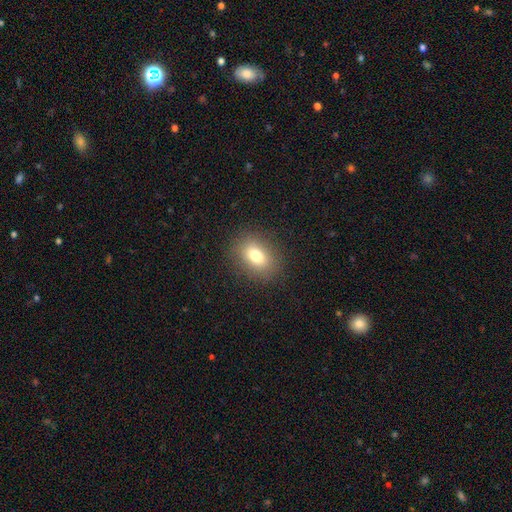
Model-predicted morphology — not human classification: type=smooth (77%); roundness=in between (68%); merging=none (87%).